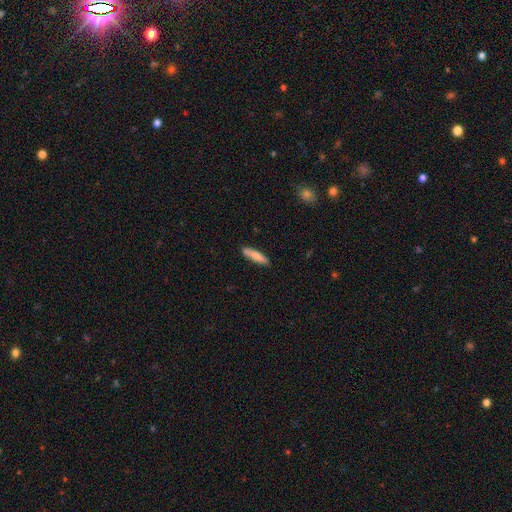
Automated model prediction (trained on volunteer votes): smooth_or_featured: smooth (p=0.78) [alt: featured or disk p=0.16]
how_rounded: cigar-shaped (p=0.81) [alt: in between p=0.18]
merging: none (p=0.81) [alt: minor disturbance p=0.14]